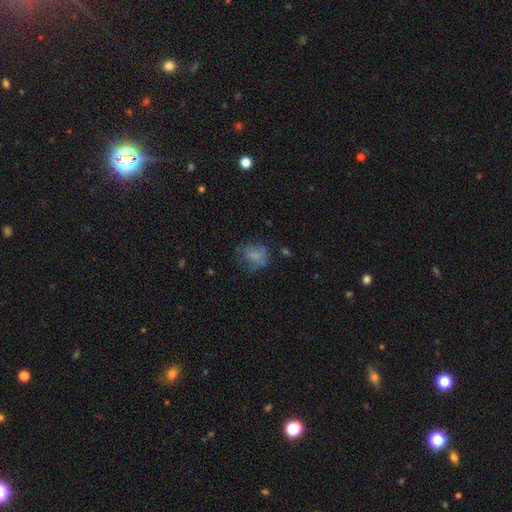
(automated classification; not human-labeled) A smooth galaxy with no disk features (65%) that is round (57%).

Vote fractions:
- Smooth or featured? smooth: 65% / featured or disk: 24% / star or artifact: 12%
- How rounded? round: 57% / in between: 42% / cigar-shaped: 1%
- Merging? none: 50% / minor disturbance: 26% / major disturbance: 20% / merger: 4%